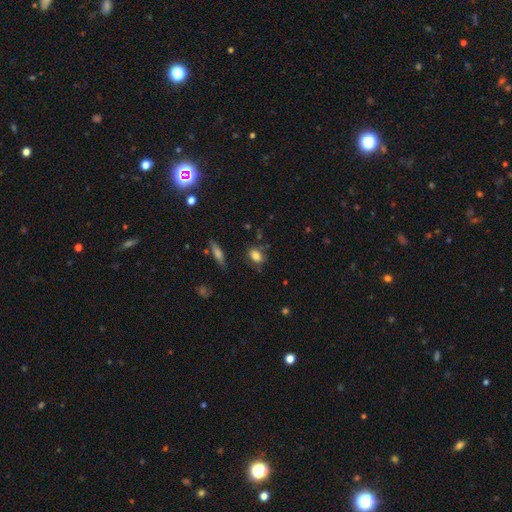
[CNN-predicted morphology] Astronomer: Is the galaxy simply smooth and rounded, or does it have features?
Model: smooth — 80%.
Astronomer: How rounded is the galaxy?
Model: in between — 77%.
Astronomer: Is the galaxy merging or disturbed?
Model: none — 70%.